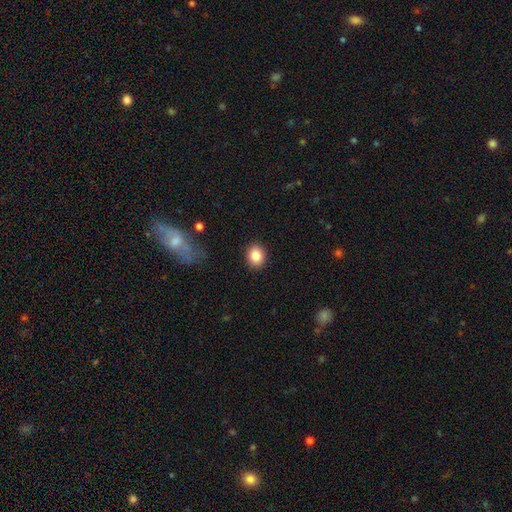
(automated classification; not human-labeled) A smooth galaxy with no disk features (85%) that is round (62%). Merging: none (90%).